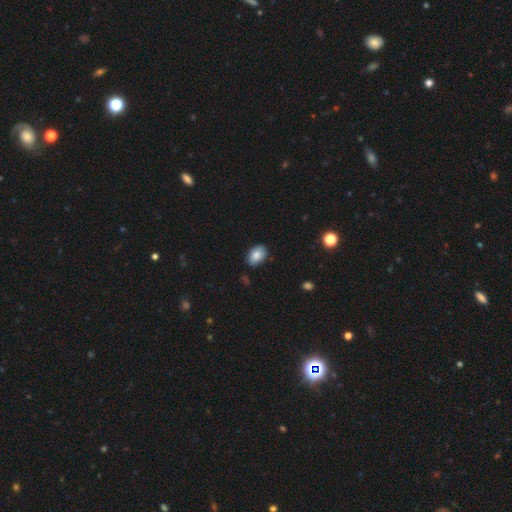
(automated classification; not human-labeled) smooth-or-featured: smooth: 83% | featured or disk: 9% | star or artifact: 7%
  how-rounded: in between: 85% | round: 14% | cigar-shaped: 1%
  merging: none: 84% | minor disturbance: 12% | major disturbance: 2% | merger: 1%